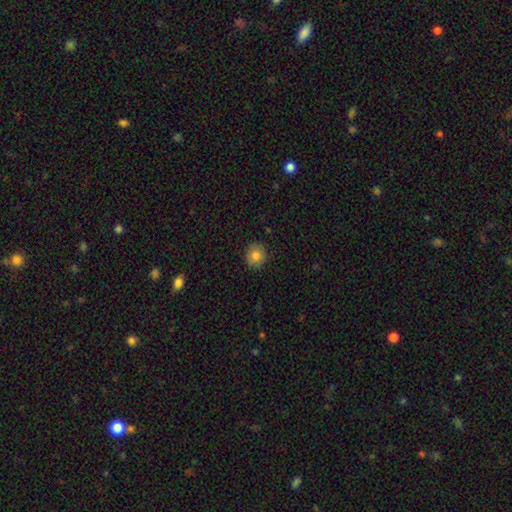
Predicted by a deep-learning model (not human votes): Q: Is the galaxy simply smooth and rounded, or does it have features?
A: smooth — 82%.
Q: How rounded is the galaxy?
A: round — 82%.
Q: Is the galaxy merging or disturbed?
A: none — 88%.